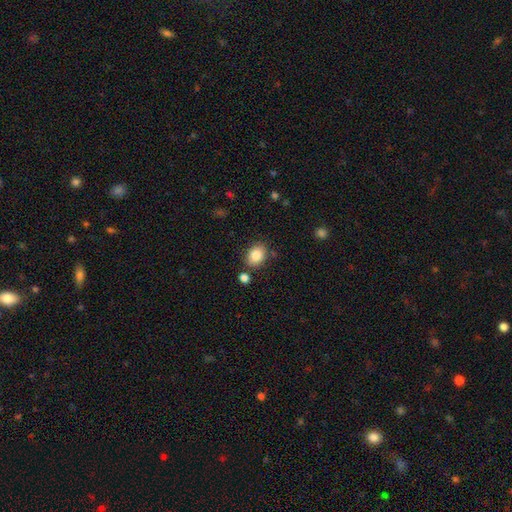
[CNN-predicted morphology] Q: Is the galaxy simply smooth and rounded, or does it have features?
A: smooth — 85%.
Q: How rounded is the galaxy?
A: in between — 68%.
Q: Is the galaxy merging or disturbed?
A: none — 79%.